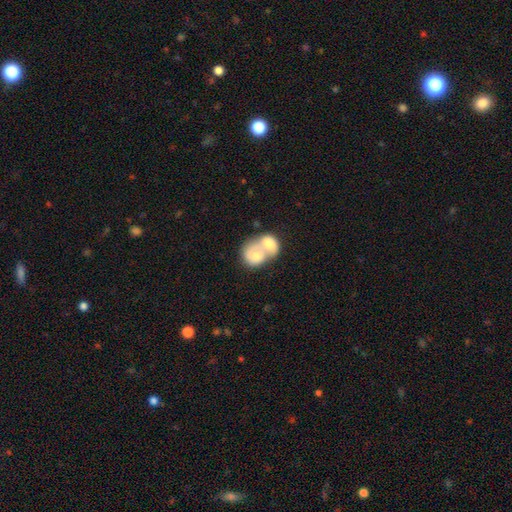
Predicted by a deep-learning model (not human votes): Q: Smooth or featured?
A: smooth (55%); runner-up: featured or disk (39%)
Q: How rounded?
A: round (51%); runner-up: in between (48%)
Q: Merging?
A: merger (83%); runner-up: none (7%)